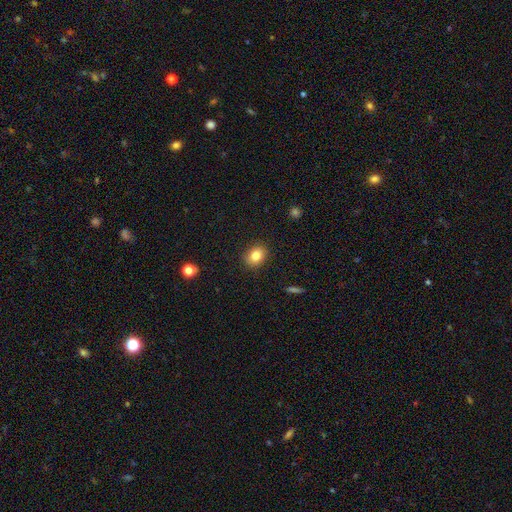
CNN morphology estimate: This is clearly a smooth galaxy (82%). How rounded: possibly round (53%). Merging: clearly none (87%).